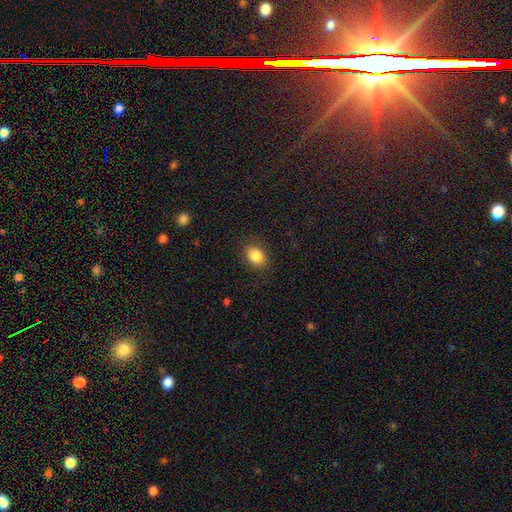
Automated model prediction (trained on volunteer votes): Smooth or featured? smooth (86%)
How rounded? in between (57%)
Merging? none (85%)